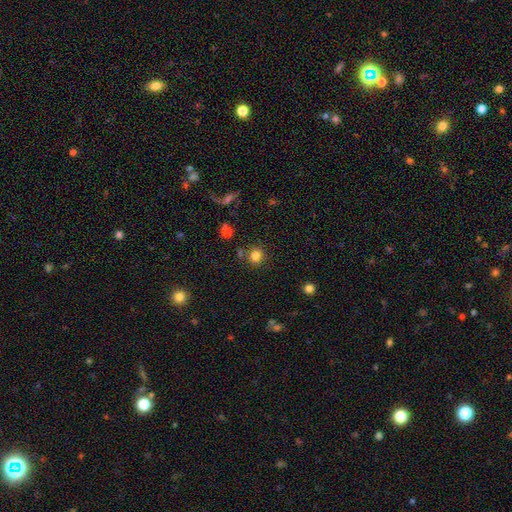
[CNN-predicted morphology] smooth 81%, star or artifact 12%, featured or disk 6%. Down the decision tree: how rounded — round (91%); merging — none (79%).